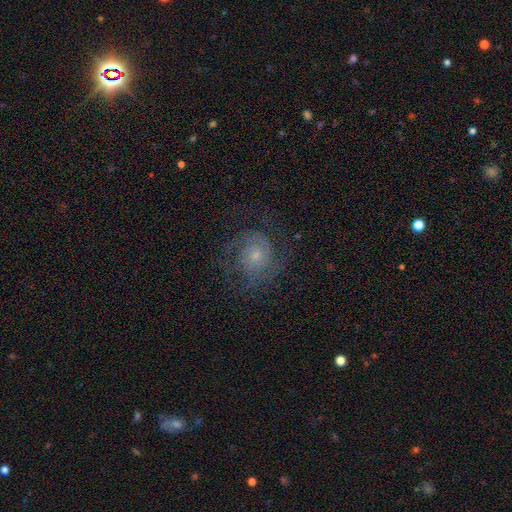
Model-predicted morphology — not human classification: Smooth or featured? featured or disk (72%)
Edge-on disk? no (98%)
Bar? no (75%)
Spiral arms? yes (91%)
Spiral winding? tight (49%)
Spiral arm count? 2 (52%)
Bulge size? small (62%)
Merging? none (70%)